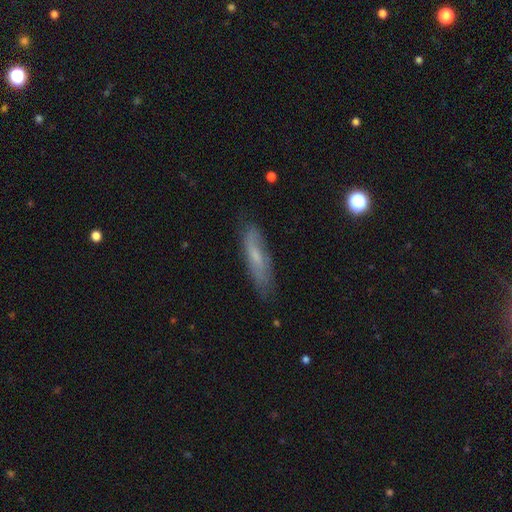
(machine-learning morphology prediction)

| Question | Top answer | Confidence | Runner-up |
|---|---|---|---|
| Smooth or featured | smooth | 52% | featured or disk (40%) |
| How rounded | cigar-shaped | 71% | in between (27%) |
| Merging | none | 76% | minor disturbance (18%) |